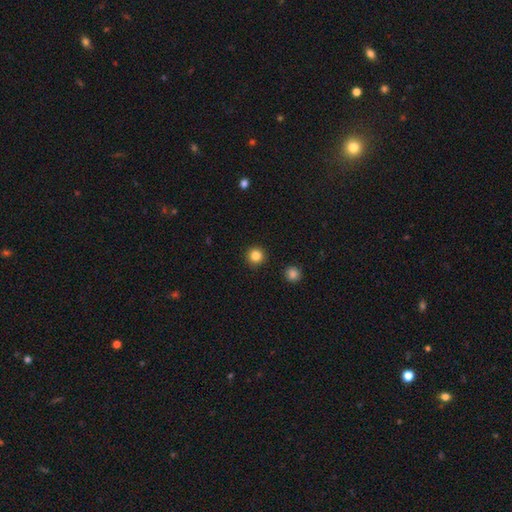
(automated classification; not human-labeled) The model was most divided on "smooth or featured": smooth: 84%, star or artifact: 12%, featured or disk: 5%. More confident: how rounded — round (96%); merging — none (93%).